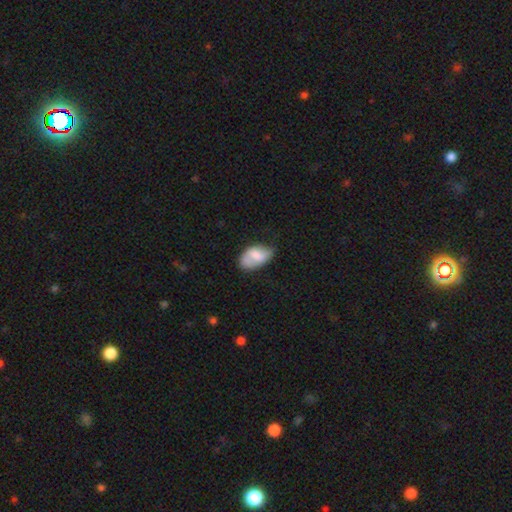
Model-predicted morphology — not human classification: smooth 67%, featured or disk 26%, star or artifact 7%. Down the decision tree: how rounded — in between (92%); merging — none (44%).